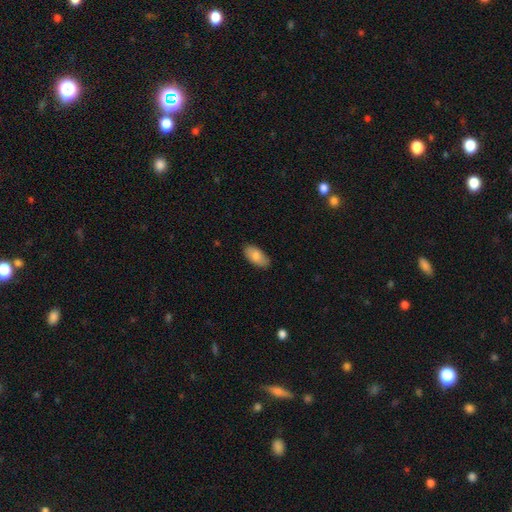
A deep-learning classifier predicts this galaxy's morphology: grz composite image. It shows a smooth galaxy with no disk features (83%) that is in between round and cigar-shaped (93%). Merging: none (86%).